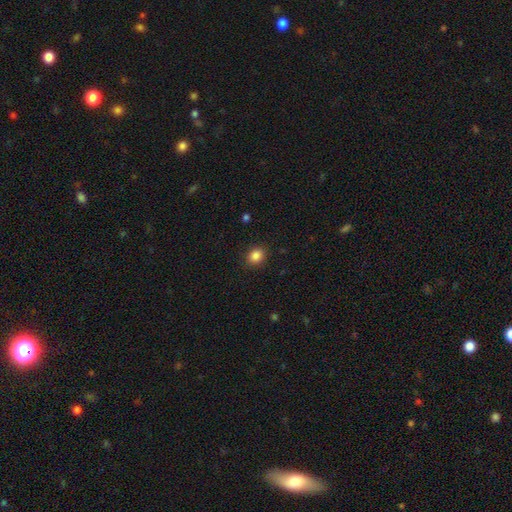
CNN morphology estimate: smooth_or_featured: smooth (p=0.86) [alt: star or artifact p=0.11]
how_rounded: round (p=0.65) [alt: in between p=0.34]
merging: none (p=0.88) [alt: minor disturbance p=0.08]